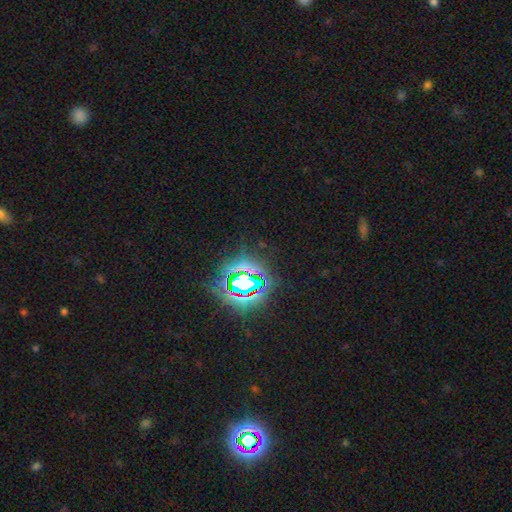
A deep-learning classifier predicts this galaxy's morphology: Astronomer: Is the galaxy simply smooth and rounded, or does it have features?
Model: star or artifact — 82%.